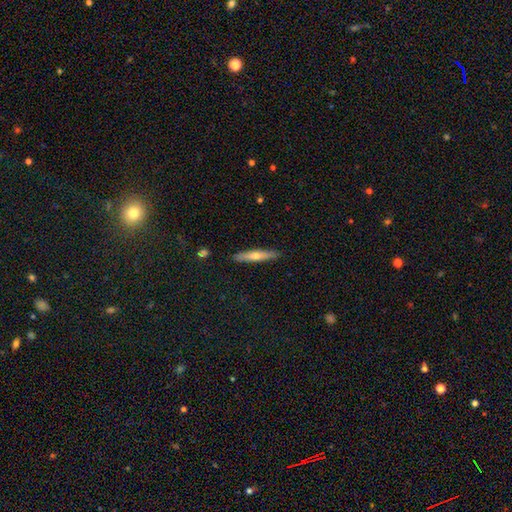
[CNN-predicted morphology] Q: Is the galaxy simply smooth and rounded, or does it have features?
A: smooth — 47%, tied with featured or disk.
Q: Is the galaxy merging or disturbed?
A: none — 90%.